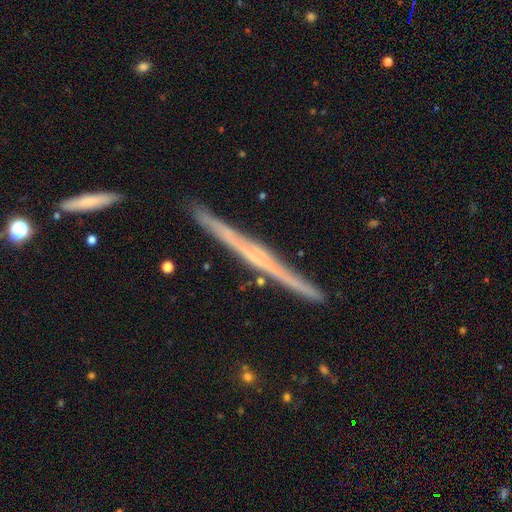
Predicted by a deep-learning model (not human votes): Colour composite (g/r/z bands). It shows a featured or disk galaxy (73%) viewed edge-on (98%) with no central bulge (58%). Merging: none (89%).